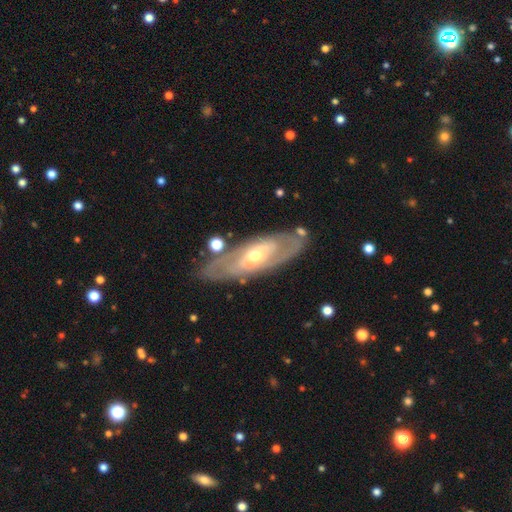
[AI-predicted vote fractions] A featured or disk galaxy (75%) with no bar (58%), spiral arms (56%) and a moderate central bulge (60%).

Vote fractions:
- Smooth or featured? featured or disk: 75% / smooth: 20% / star or artifact: 5%
- Edge-on disk? no: 82% / yes: 18%
- Bar? no: 58% / weak: 28% / strong: 14%
- Spiral arms? yes: 56% / no: 44%
- Bulge size? moderate: 60% / small: 34% / large: 4% / none: 1% / dominant: 1%
- Merging? none: 77% / minor disturbance: 14% / major disturbance: 5% / merger: 3%